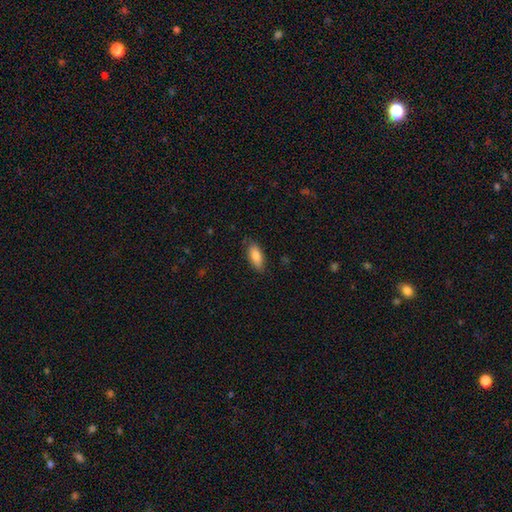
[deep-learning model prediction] This is clearly a smooth galaxy (84%). How rounded: clearly in between (82%). Merging: clearly none (80%).